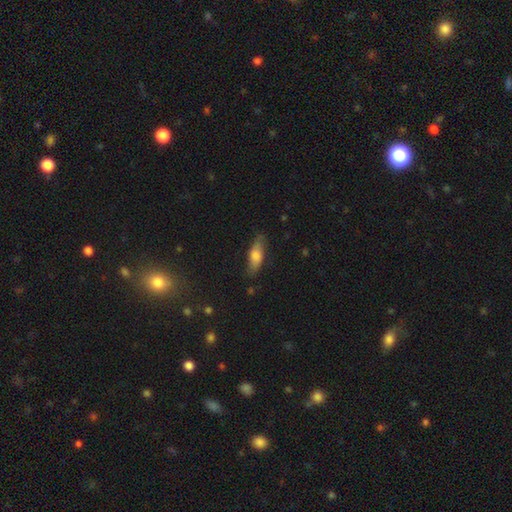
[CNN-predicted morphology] smooth_or_featured: smooth (p=0.71) [alt: featured or disk p=0.22]
how_rounded: in between (p=0.64) [alt: cigar-shaped p=0.34]
merging: none (p=0.77) [alt: minor disturbance p=0.18]